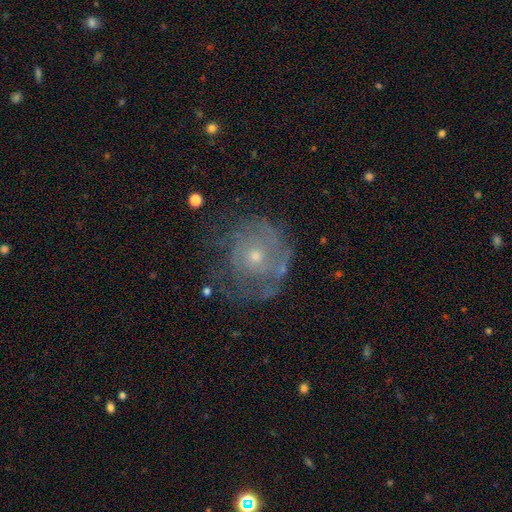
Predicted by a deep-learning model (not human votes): smooth_or_featured: featured or disk (p=0.65) [alt: smooth p=0.25]
disk_edge_on: no (p=0.97) [alt: yes p=0.03]
bar: no (p=0.85) [alt: weak p=0.13]
has_spiral_arms: yes (p=0.63) [alt: no p=0.37]
bulge_size: small (p=0.56) [alt: moderate p=0.40]
merging: none (p=0.56) [alt: minor disturbance p=0.22]